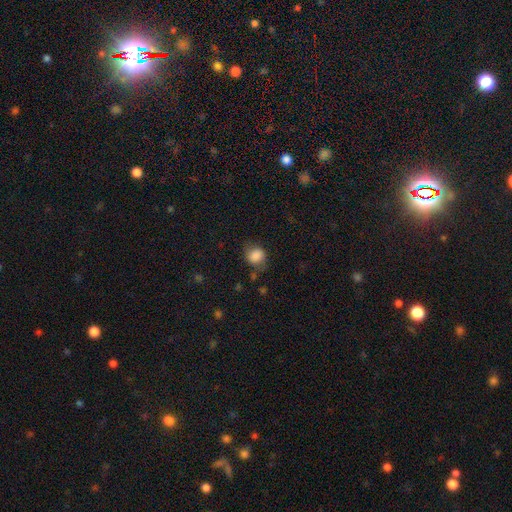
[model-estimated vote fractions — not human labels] The model was most divided on "how rounded": round: 67%, in between: 32%, cigar-shaped: 1%. More confident: smooth or featured — smooth (83%); merging — none (64%).